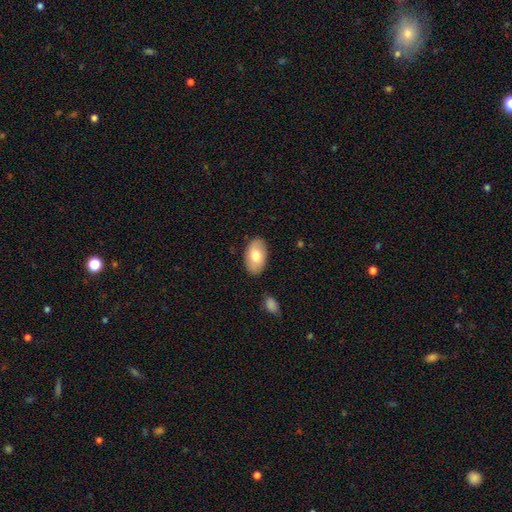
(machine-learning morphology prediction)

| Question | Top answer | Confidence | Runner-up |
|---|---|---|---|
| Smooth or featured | smooth | 74% | featured or disk (20%) |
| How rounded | in between | 94% | round (5%) |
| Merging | none | 85% | minor disturbance (11%) |